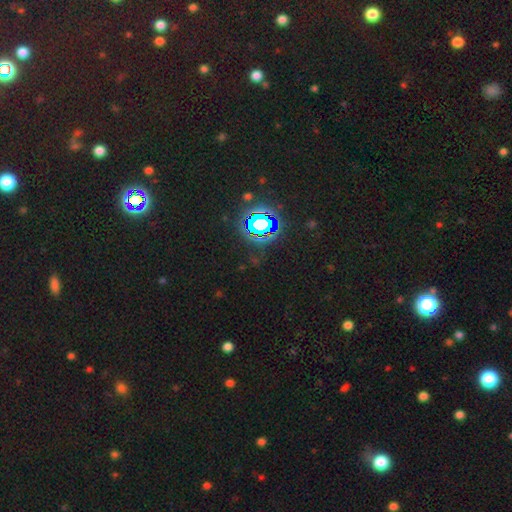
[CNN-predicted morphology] A star or artifact, not a galaxy (81%).